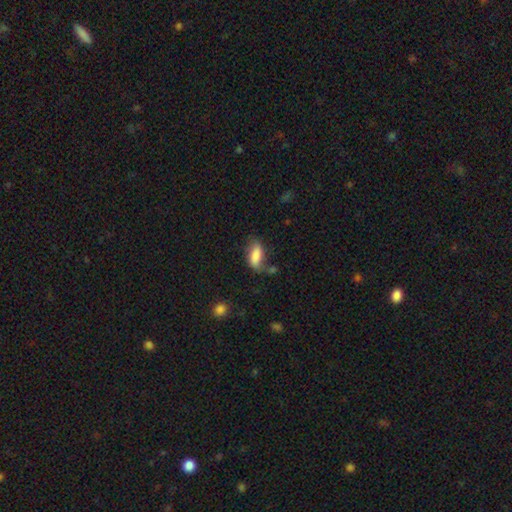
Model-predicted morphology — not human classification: Smooth or featured? Predicted: smooth (p=0.78). How rounded? Predicted: in between (p=0.84). Merging? Predicted: none (p=0.48).